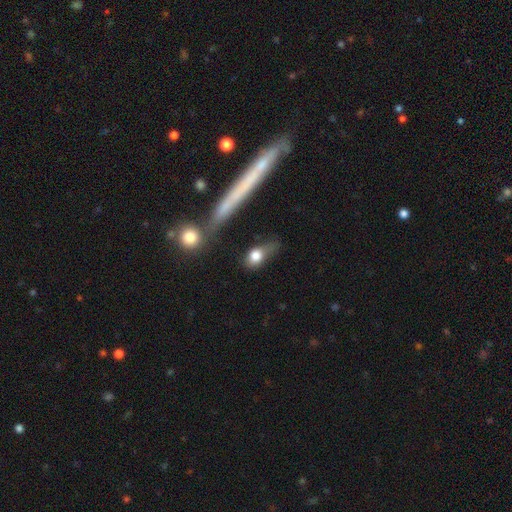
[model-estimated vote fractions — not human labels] smooth 73%, featured or disk 18%, star or artifact 9%. Down the decision tree: how rounded — in between (58%); merging — none (40%).